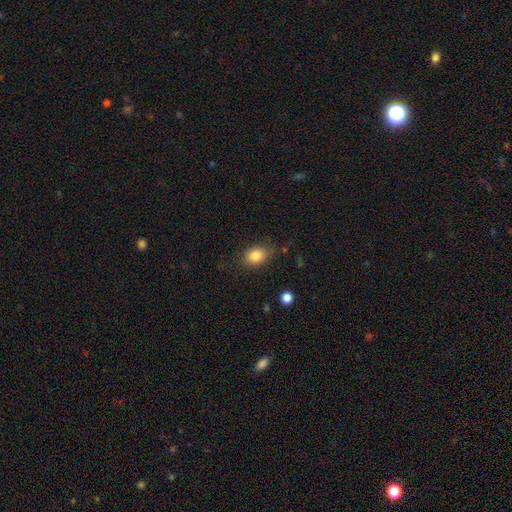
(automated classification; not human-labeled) Smooth or featured? Predicted: smooth (p=0.84). How rounded? Predicted: in between (p=0.73). Merging? Predicted: none (p=0.77).